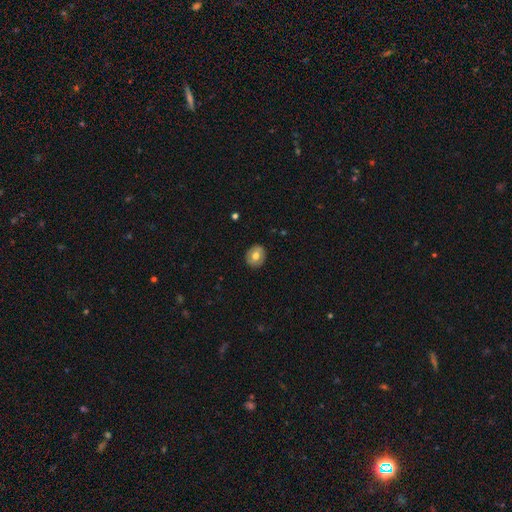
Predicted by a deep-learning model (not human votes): smooth_or_featured: smooth (p=0.64) [alt: featured or disk p=0.28]
how_rounded: round (p=0.70) [alt: in between p=0.29]
merging: none (p=0.88) [alt: minor disturbance p=0.09]